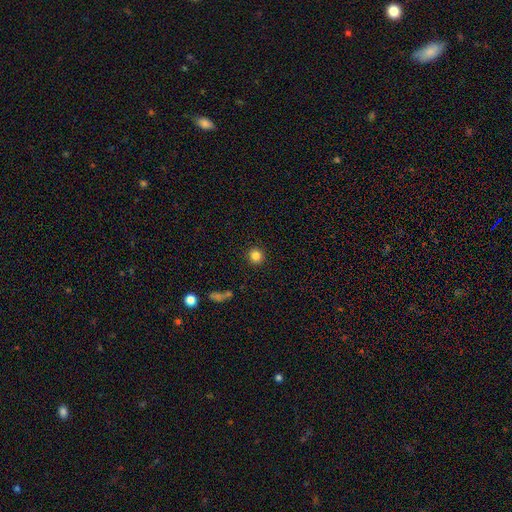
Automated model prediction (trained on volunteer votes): smooth-or-featured: smooth: 83% | star or artifact: 11% | featured or disk: 6%
  how-rounded: round: 93% | in between: 6% | cigar-shaped: 1%
  merging: none: 91% | minor disturbance: 5% | major disturbance: 2% | merger: 2%